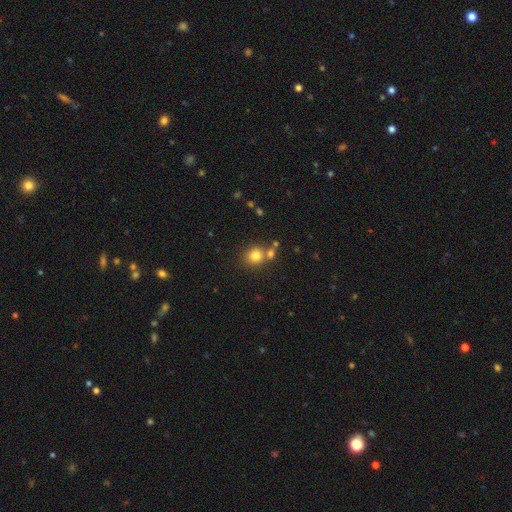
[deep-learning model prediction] The model was most divided on "merging": none: 66%, merger: 21%, minor disturbance: 9%, major disturbance: 3%. More confident: how rounded — round (84%); smooth or featured — smooth (80%).